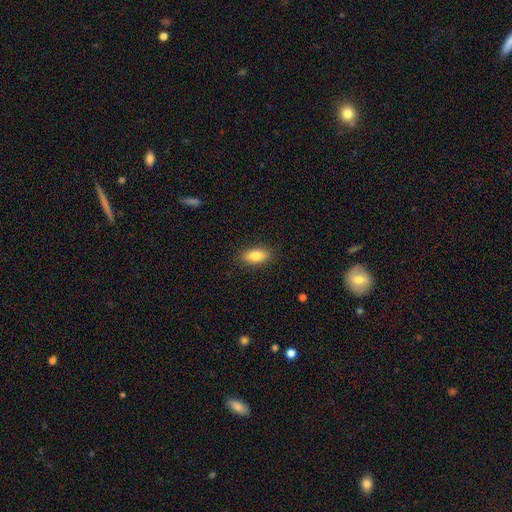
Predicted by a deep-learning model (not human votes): smooth-or-featured: smooth: 83% | featured or disk: 10% | star or artifact: 7%
  how-rounded: in between: 87% | cigar-shaped: 8% | round: 5%
  merging: none: 88% | minor disturbance: 9% | major disturbance: 2% | merger: 1%